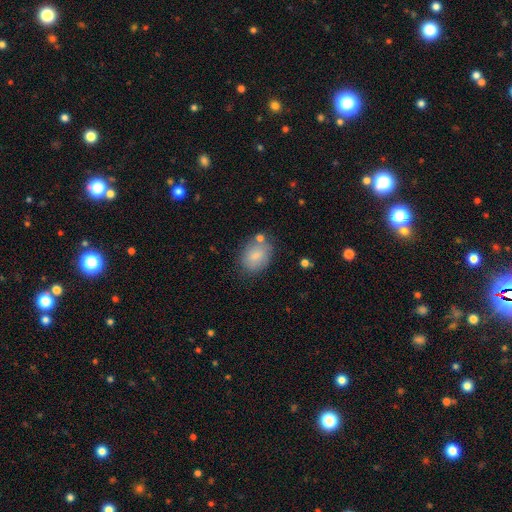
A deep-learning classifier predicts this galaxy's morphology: Overall: smooth (78%). How rounded: in between (72%). Merging: none (68%).